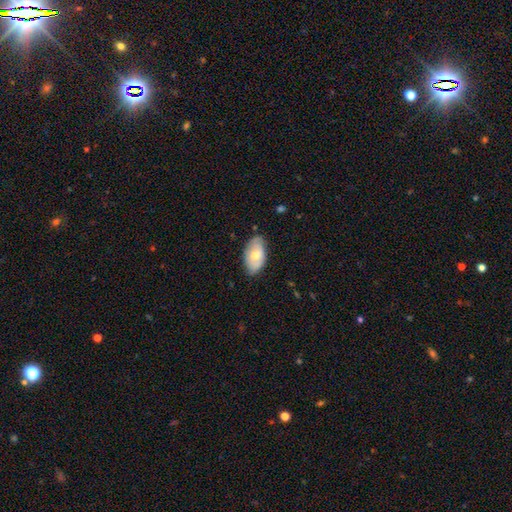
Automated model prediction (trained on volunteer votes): A smooth galaxy with no disk features (61%) that is in between round and cigar-shaped (94%).

Vote fractions:
- Smooth or featured? smooth: 61% / featured or disk: 33% / star or artifact: 6%
- How rounded? in between: 94% / round: 5% / cigar-shaped: 2%
- Merging? none: 74% / minor disturbance: 21% / major disturbance: 3% / merger: 1%